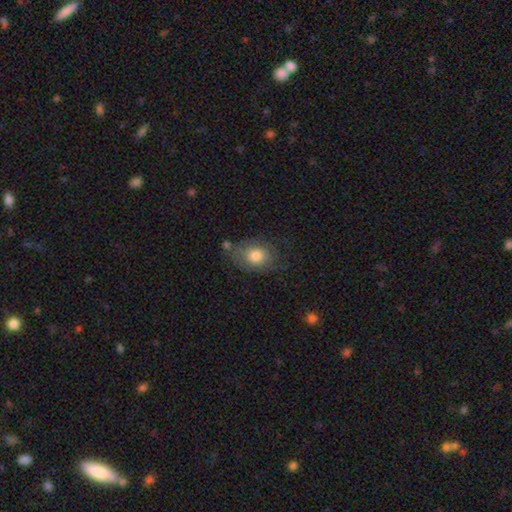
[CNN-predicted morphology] This appears to be a smooth galaxy with no disk features (64%) that is in between round and cigar-shaped (64%). Merging: none (59%).